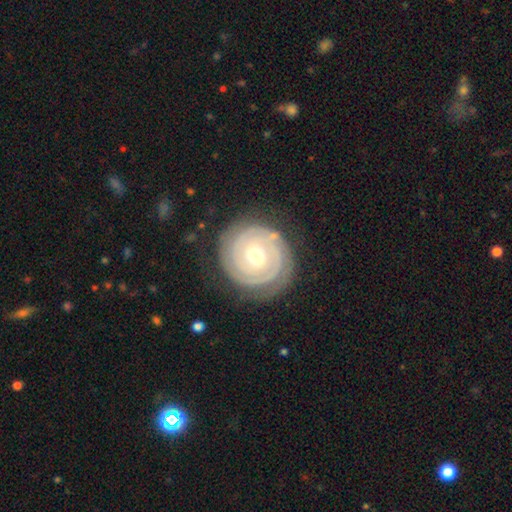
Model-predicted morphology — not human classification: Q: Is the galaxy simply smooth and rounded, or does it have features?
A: featured or disk — 89%.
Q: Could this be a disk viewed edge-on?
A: no — 98%.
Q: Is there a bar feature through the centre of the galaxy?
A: no — 44%.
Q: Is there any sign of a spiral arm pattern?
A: yes — 97%.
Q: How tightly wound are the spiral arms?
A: tight — 88%.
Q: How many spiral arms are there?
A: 2 — 61%.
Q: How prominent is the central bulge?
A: moderate — 52%.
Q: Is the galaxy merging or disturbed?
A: none — 82%.